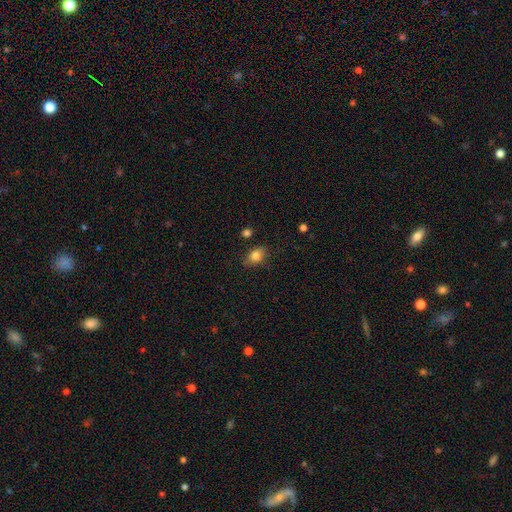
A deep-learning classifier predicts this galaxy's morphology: A smooth galaxy with no disk features (81%) that is in between round and cigar-shaped (75%).

Vote fractions:
- Smooth or featured? smooth: 81% / featured or disk: 9% / star or artifact: 9%
- How rounded? in between: 75% / round: 22% / cigar-shaped: 2%
- Merging? none: 77% / minor disturbance: 17% / major disturbance: 4% / merger: 2%